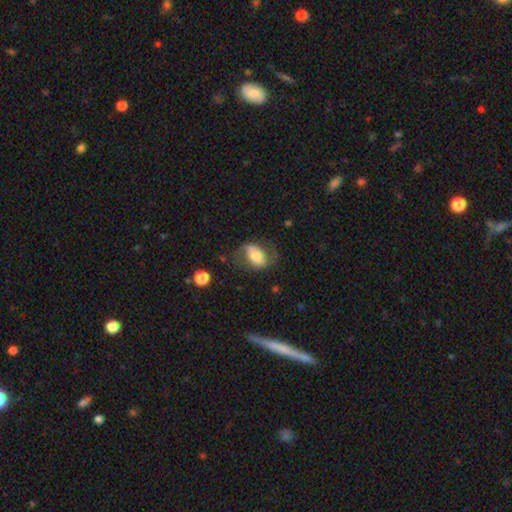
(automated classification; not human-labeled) The model was most divided on "smooth or featured": featured or disk: 47%, smooth: 46%, star or artifact: 7%. More confident: merging — none (59%).